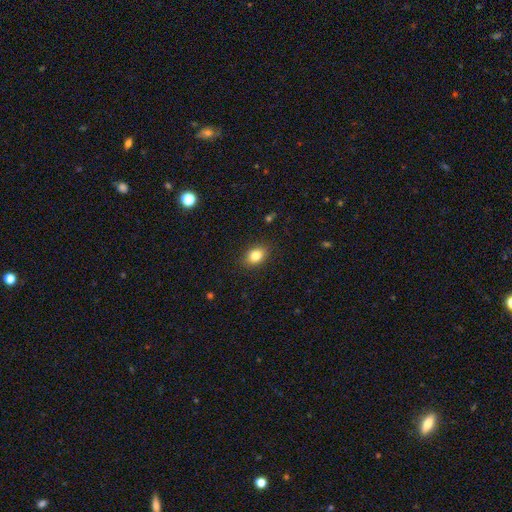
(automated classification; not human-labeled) Q: Smooth or featured?
A: smooth (83%); runner-up: star or artifact (9%)
Q: How rounded?
A: in between (70%); runner-up: round (29%)
Q: Merging?
A: none (87%); runner-up: minor disturbance (10%)